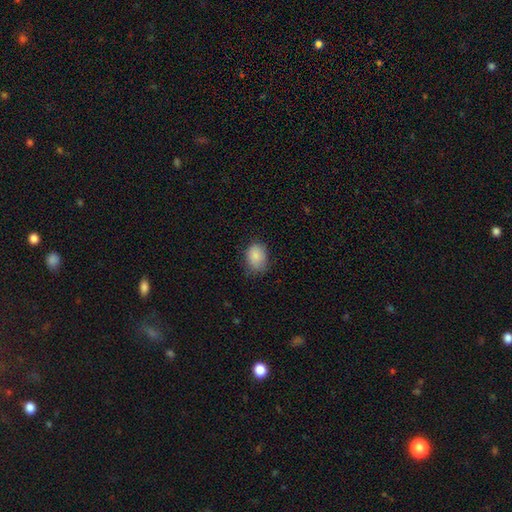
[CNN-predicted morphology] Smooth or featured? smooth (86%)
How rounded? in between (68%)
Merging? none (64%)